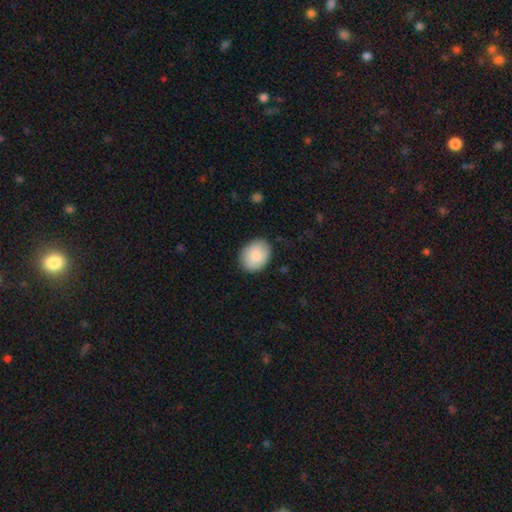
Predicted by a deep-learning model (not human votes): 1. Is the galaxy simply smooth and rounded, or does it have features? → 89% smooth, 6% star or artifact, 6% featured or disk.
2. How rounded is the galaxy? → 60% in between, 39% round, 1% cigar-shaped.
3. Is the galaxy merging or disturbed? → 85% none, 11% minor disturbance, 3% major disturbance, 1% merger.